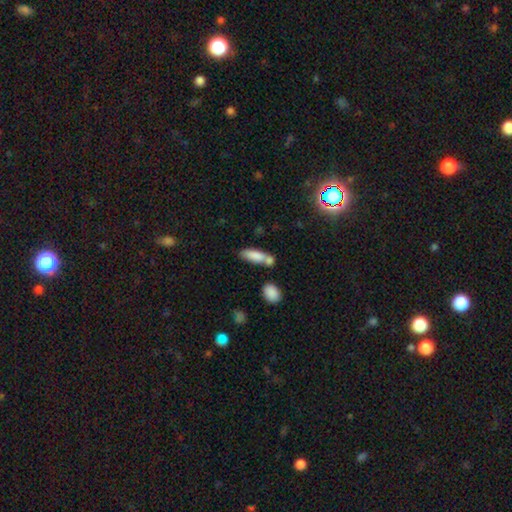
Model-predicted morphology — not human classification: The model was most divided on "merging": none: 45%, merger: 37%, minor disturbance: 13%, major disturbance: 5%. More confident: smooth or featured — smooth (83%); how rounded — in between (61%).